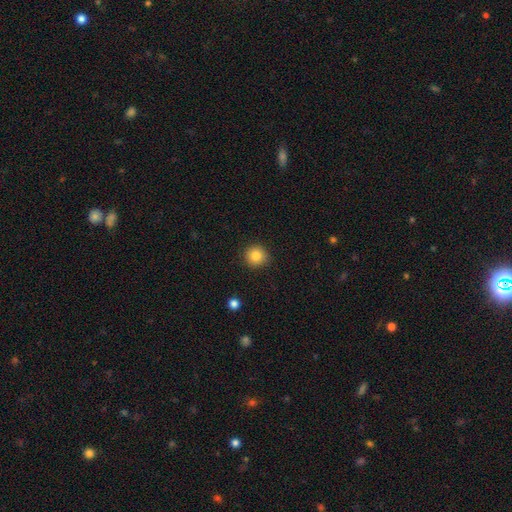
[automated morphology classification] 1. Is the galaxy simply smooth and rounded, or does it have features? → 85% smooth, 10% star or artifact, 5% featured or disk.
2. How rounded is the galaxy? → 92% round, 7% in between, 1% cigar-shaped.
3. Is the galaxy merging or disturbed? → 91% none, 6% minor disturbance, 2% major disturbance, 1% merger.